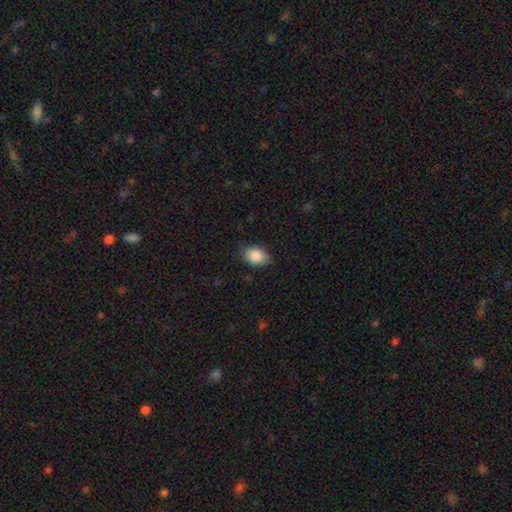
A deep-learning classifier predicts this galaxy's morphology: A smooth galaxy with no disk features (88%) that is in between round and cigar-shaped (80%).

Vote fractions:
- Smooth or featured? smooth: 88% / star or artifact: 7% / featured or disk: 5%
- How rounded? in between: 80% / round: 19% / cigar-shaped: 1%
- Merging? none: 82% / minor disturbance: 14% / major disturbance: 3% / merger: 1%